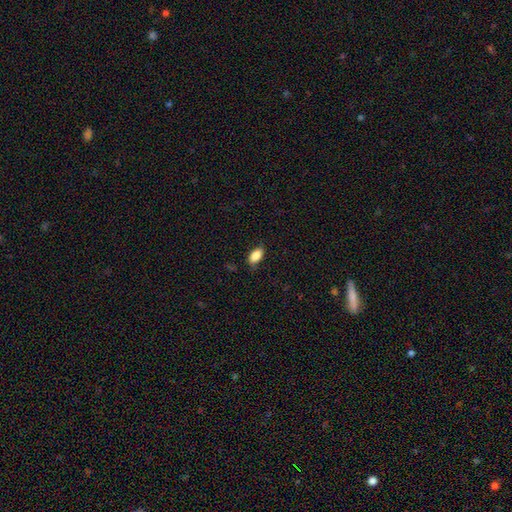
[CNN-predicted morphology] smooth 86%, star or artifact 8%, featured or disk 6%. Down the decision tree: how rounded — in between (90%); merging — none (79%).